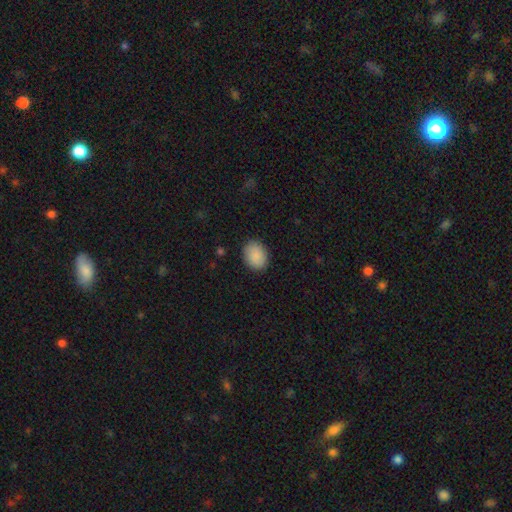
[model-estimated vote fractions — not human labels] A smooth galaxy with no disk features (89%) that is in between round and cigar-shaped (63%).

Vote fractions:
- Smooth or featured? smooth: 89% / star or artifact: 7% / featured or disk: 4%
- How rounded? in between: 63% / round: 36% / cigar-shaped: 1%
- Merging? none: 88% / minor disturbance: 9% / major disturbance: 2% / merger: 1%